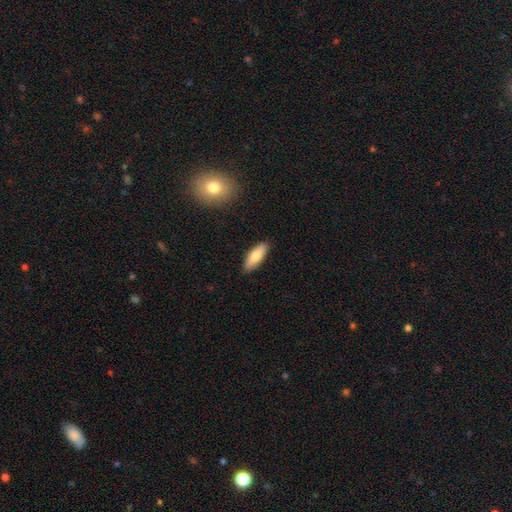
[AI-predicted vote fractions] Smooth or featured?
  - smooth: 77% *
  - featured or disk: 17%
  - star or artifact: 6%
How rounded?
  - in between: 67% *
  - cigar-shaped: 31%
  - round: 2%
Merging?
  - none: 89% *
  - minor disturbance: 8%
  - major disturbance: 2%
  - merger: 1%